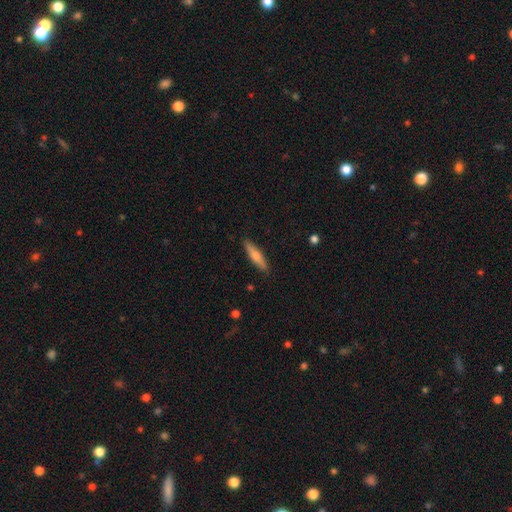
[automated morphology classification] This is likely a smooth galaxy (63%). How rounded: likely cigar-shaped (80%). Merging: clearly none (89%).